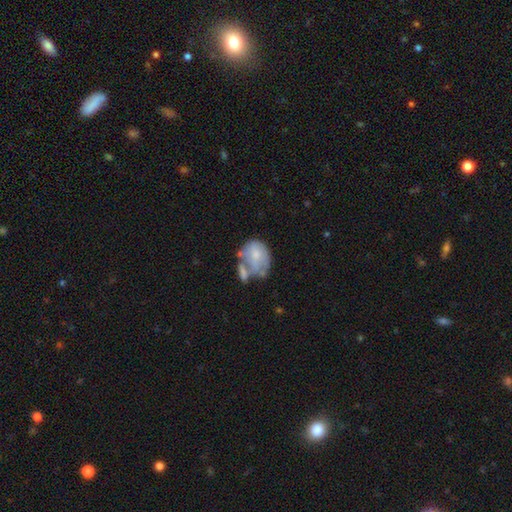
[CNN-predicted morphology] type=smooth (52%); roundness=in between (55%); merging=merger (31%).